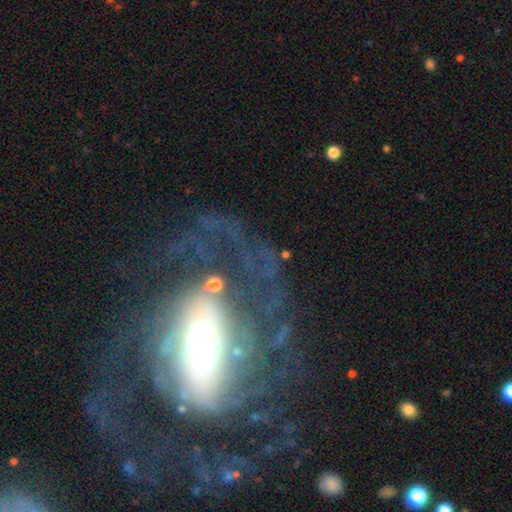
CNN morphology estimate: The model was most divided on "merging": none: 42%, major disturbance: 39%, minor disturbance: 15%, merger: 5%. Remaining: edge-on disk — no (95%); spiral arms — yes (82%); smooth or featured — featured or disk (79%); bar — no (48%); bulge size — moderate (48%); spiral winding — medium (38%); spiral arm count — can't tell (35%).